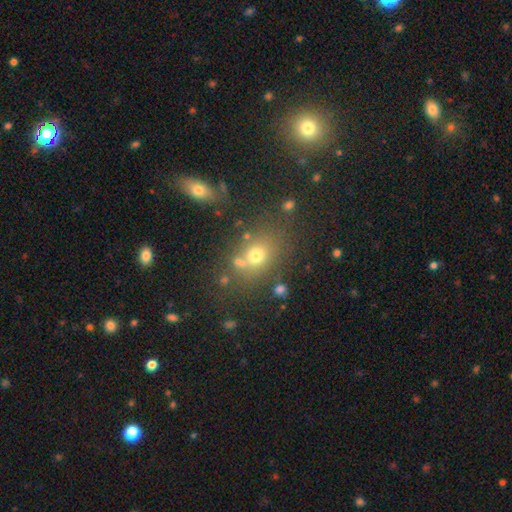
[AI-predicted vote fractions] A smooth galaxy with no disk features (66%) that is round (57%). Merging: none (68%).